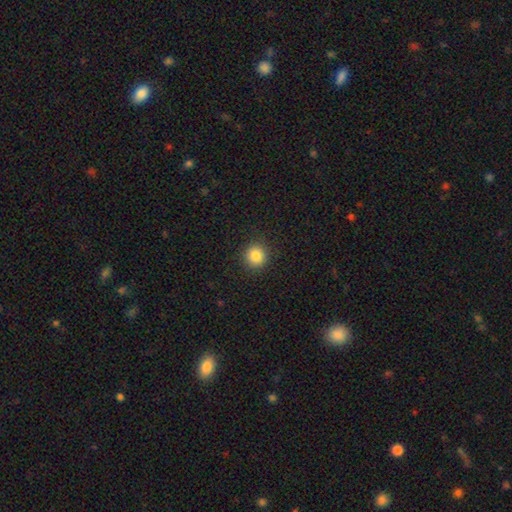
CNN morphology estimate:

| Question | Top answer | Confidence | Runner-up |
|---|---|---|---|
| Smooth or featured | smooth | 85% | star or artifact (11%) |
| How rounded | round | 89% | in between (10%) |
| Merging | none | 91% | minor disturbance (6%) |